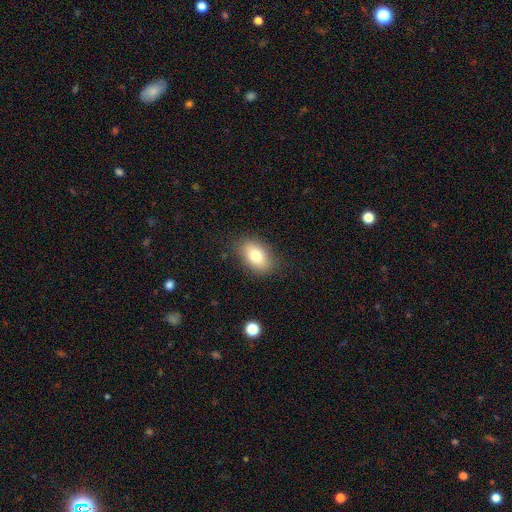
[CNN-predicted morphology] This is likely a smooth galaxy (77%). How rounded: clearly in between (87%). Merging: clearly none (85%).